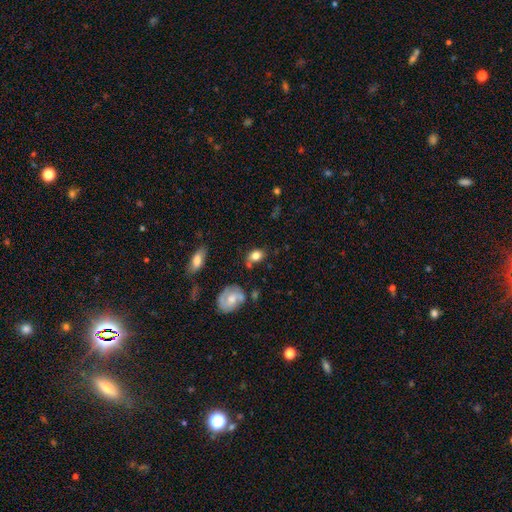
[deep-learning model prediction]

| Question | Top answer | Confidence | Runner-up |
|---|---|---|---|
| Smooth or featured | smooth | 79% | featured or disk (12%) |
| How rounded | in between | 69% | round (29%) |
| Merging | none | 62% | minor disturbance (23%) |